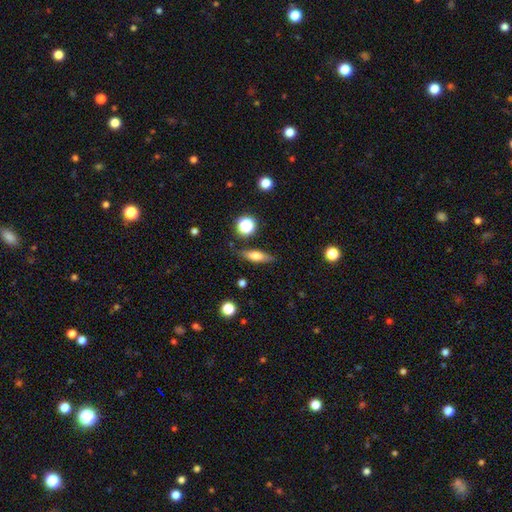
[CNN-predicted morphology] A smooth galaxy with no disk features (63%) that is cigar-shaped (48%).

Vote fractions:
- Smooth or featured? smooth: 63% / featured or disk: 28% / star or artifact: 9%
- How rounded? cigar-shaped: 48% / in between: 46% / round: 6%
- Merging? none: 80% / minor disturbance: 14% / major disturbance: 4% / merger: 3%